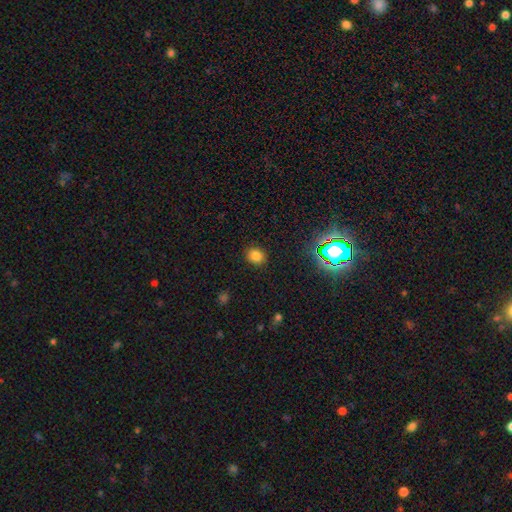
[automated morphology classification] type=smooth (79%); roundness=round (63%); merging=none (88%).